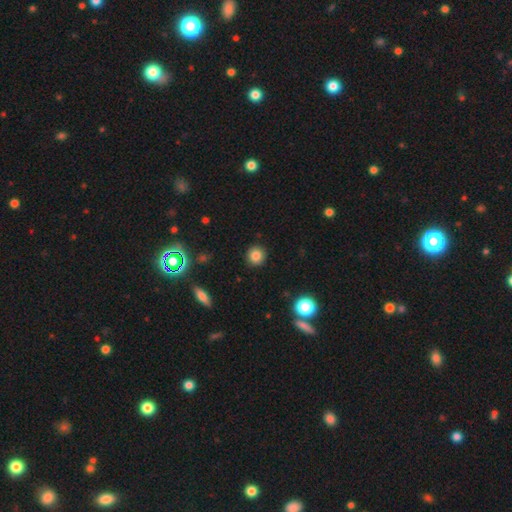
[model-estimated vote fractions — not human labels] A smooth galaxy with no disk features (83%) that is round (91%).

Vote fractions:
- Smooth or featured? smooth: 83% / star or artifact: 11% / featured or disk: 6%
- How rounded? round: 91% / in between: 8% / cigar-shaped: 1%
- Merging? none: 91% / minor disturbance: 6% / major disturbance: 2% / merger: 1%